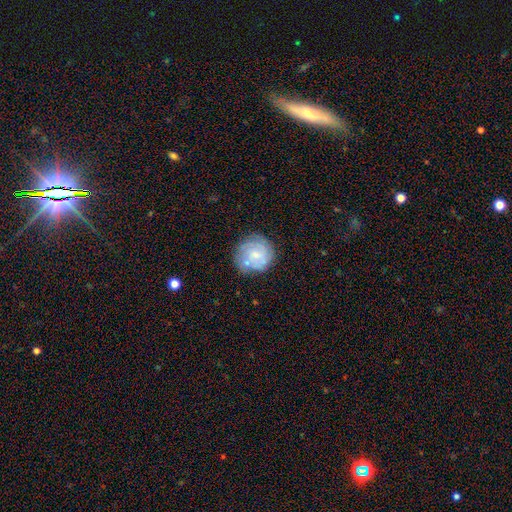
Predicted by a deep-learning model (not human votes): Smooth or featured?
  - featured or disk: 49% *
  - smooth: 44%
  - star or artifact: 8%
Merging?
  - none: 68% *
  - minor disturbance: 18%
  - major disturbance: 7%
  - merger: 7%